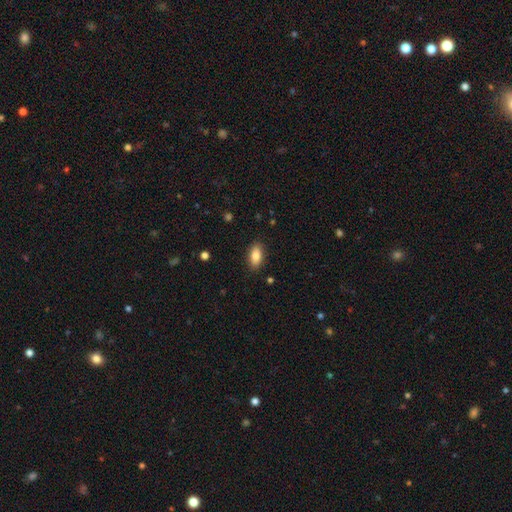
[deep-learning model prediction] Morphology: type=smooth (84%); roundness=in between (90%); merging=none (88%).